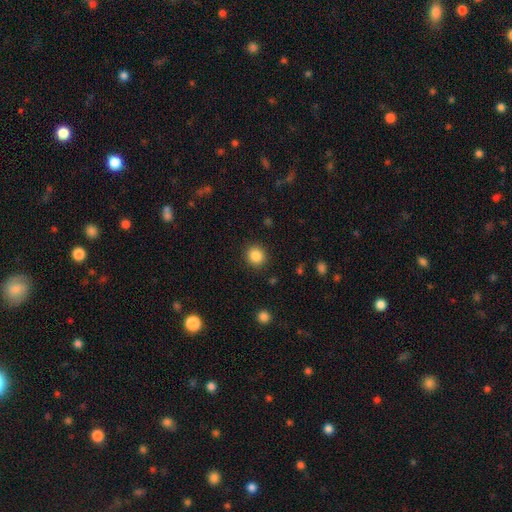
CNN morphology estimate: A smooth galaxy with no disk features (85%) that is round (89%).

Vote fractions:
- Smooth or featured? smooth: 85% / star or artifact: 10% / featured or disk: 4%
- How rounded? round: 89% / in between: 10% / cigar-shaped: 1%
- Merging? none: 90% / minor disturbance: 6% / major disturbance: 2% / merger: 1%